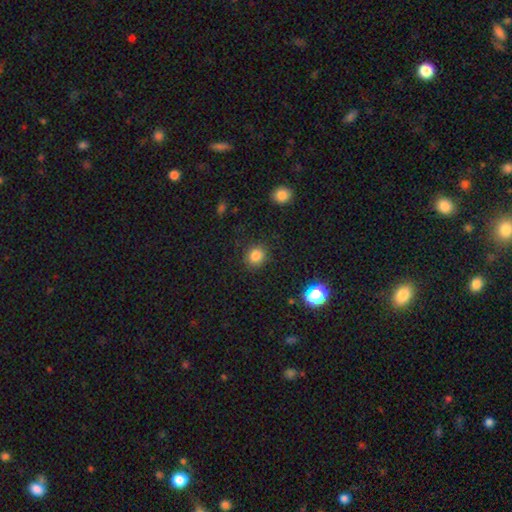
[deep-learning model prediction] A smooth galaxy with no disk features (82%) that is round (80%).

Vote fractions:
- Smooth or featured? smooth: 82% / star or artifact: 13% / featured or disk: 5%
- How rounded? round: 80% / in between: 19% / cigar-shaped: 1%
- Merging? none: 87% / minor disturbance: 8% / major disturbance: 3% / merger: 1%